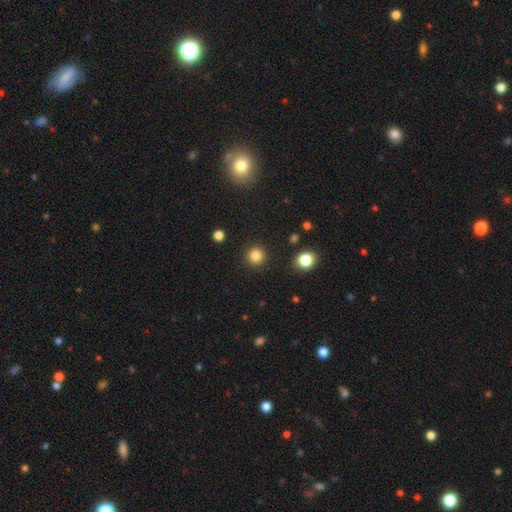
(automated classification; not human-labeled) Overall: smooth (84%). How rounded: round (94%). Merging: none (92%).